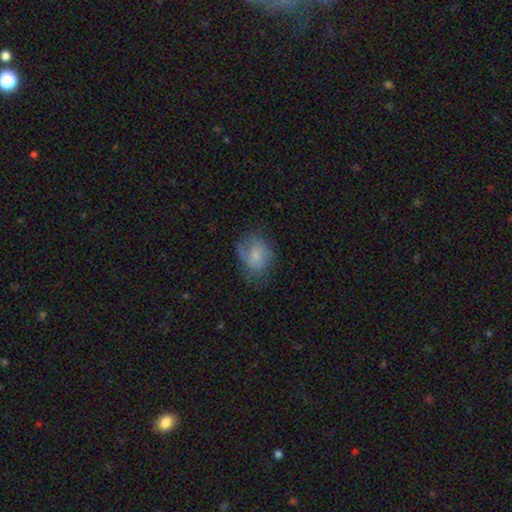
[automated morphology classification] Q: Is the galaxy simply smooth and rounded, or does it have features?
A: smooth — 64%.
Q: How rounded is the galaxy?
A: in between — 58%.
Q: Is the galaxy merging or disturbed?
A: none — 52%.